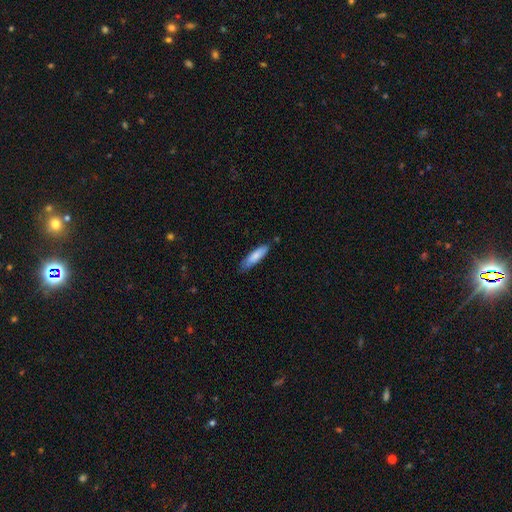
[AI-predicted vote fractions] Smooth or featured? Predicted: smooth (p=0.80). How rounded? Predicted: cigar-shaped (p=0.67). Merging? Predicted: none (p=0.75).